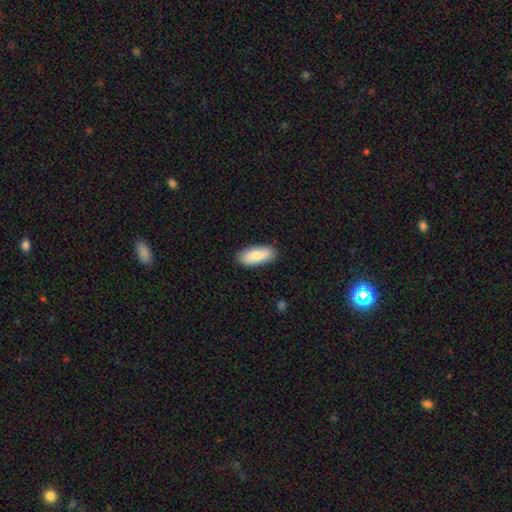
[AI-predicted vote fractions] The model was most divided on "how rounded": in between: 81%, cigar-shaped: 17%, round: 2%. More confident: merging — none (88%); smooth or featured — smooth (79%).